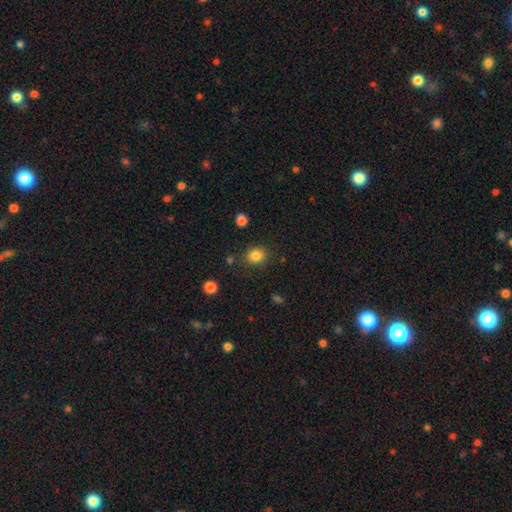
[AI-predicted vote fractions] A smooth galaxy with no disk features (84%) that is round (72%).

Vote fractions:
- Smooth or featured? smooth: 84% / star or artifact: 11% / featured or disk: 5%
- How rounded? round: 72% / in between: 28% / cigar-shaped: 1%
- Merging? none: 83% / minor disturbance: 10% / major disturbance: 4% / merger: 3%